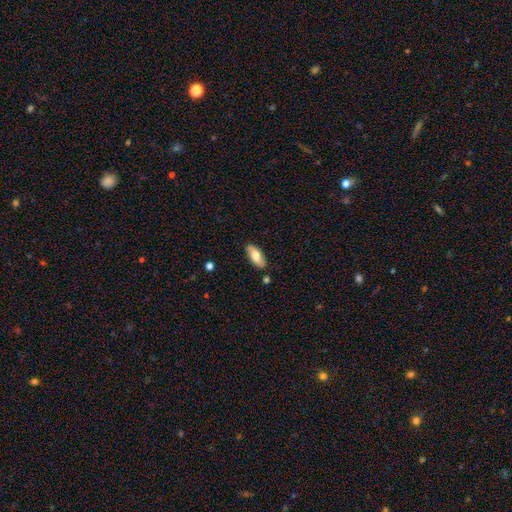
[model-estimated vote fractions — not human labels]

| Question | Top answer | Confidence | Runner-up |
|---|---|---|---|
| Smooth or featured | smooth | 70% | featured or disk (24%) |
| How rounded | in between | 84% | cigar-shaped (14%) |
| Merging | none | 85% | minor disturbance (11%) |